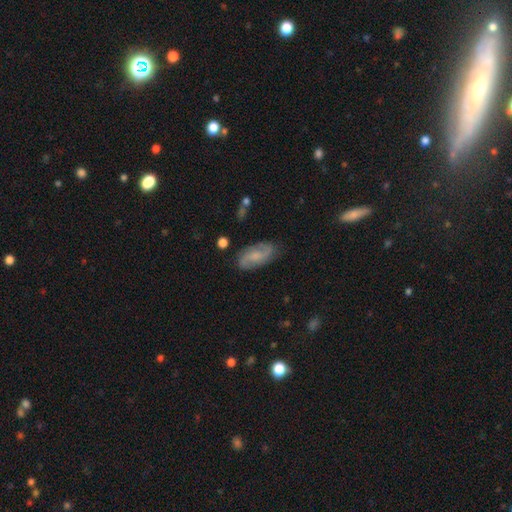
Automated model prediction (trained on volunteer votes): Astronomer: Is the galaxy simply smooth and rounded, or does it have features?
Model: featured or disk — 64%.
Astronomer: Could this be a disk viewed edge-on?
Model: no — 95%.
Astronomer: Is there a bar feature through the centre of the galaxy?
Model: no — 52% (runner-up: weak, 40%).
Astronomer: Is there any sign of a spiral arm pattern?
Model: yes — 93%.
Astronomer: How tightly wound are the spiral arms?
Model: medium — 46% (runner-up: loose, 31%).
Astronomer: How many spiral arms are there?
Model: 2 — 82%.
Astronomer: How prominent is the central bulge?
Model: none — 34% (runner-up: small, 31%).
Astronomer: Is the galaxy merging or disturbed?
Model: none — 79%.